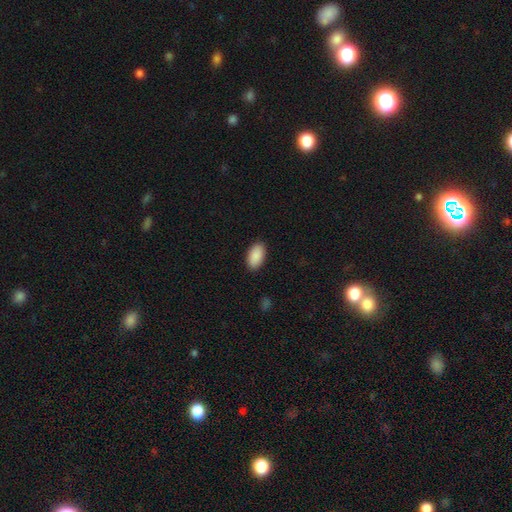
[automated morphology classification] Smooth or featured? Predicted: smooth (p=0.91). How rounded? Predicted: in between (p=0.95). Merging? Predicted: none (p=0.90).